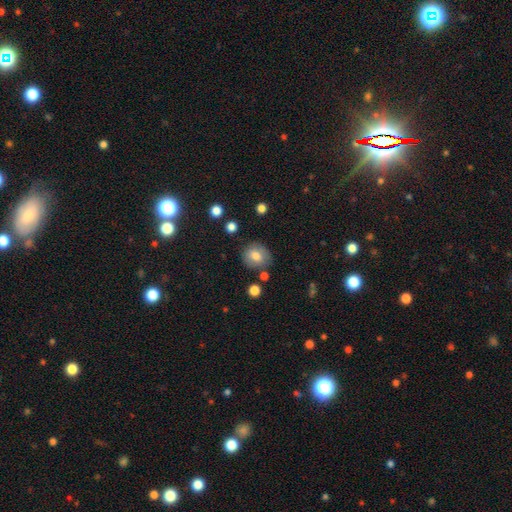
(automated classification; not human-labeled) Smooth or featured? Predicted: smooth (p=0.75). How rounded? Predicted: round (p=0.75). Merging? Predicted: none (p=0.76).